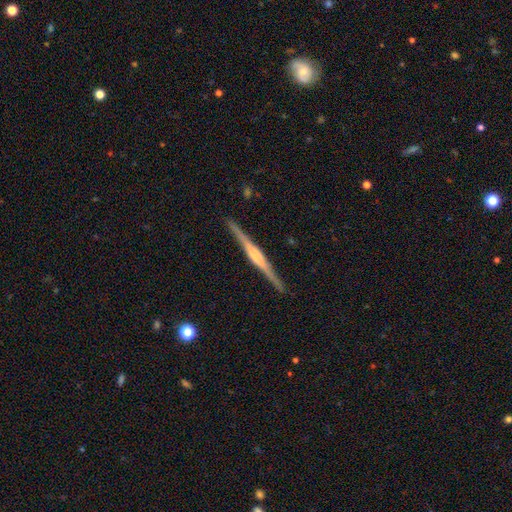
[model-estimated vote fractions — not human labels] smooth-or-featured: featured or disk: 82% | smooth: 13% | star or artifact: 5%
  disk-edge-on: yes: 98% | no: 2%
    edge-on-bulge: rounded: 56% | boxy: 33% | none: 11%
  merging: none: 91% | minor disturbance: 6% | major disturbance: 1% | merger: 1%